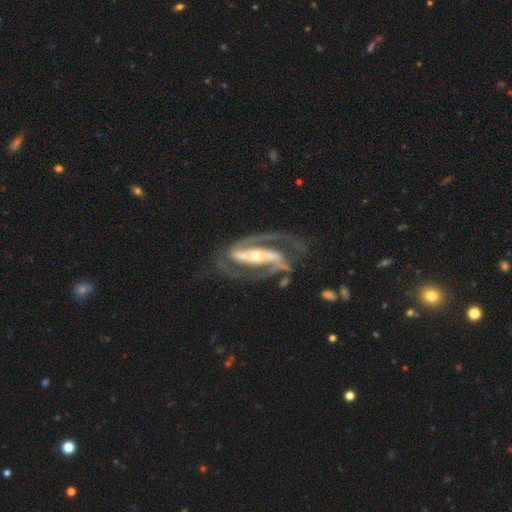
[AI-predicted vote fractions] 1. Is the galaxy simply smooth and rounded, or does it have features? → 93% featured or disk, 4% star or artifact, 4% smooth.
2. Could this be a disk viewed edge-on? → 94% no, 6% yes.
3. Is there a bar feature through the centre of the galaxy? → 77% strong, 14% weak, 10% no.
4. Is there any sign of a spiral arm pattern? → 97% yes, 3% no.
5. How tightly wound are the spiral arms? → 55% medium, 31% tight, 15% loose.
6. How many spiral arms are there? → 93% 2, 2% can't tell, 2% 3, 2% 1, 1% 4, 1% more than 4.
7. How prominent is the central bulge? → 50% moderate, 44% small, 4% large, 1% none, 1% dominant.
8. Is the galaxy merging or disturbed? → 70% none, 15% minor disturbance, 12% major disturbance, 3% merger.